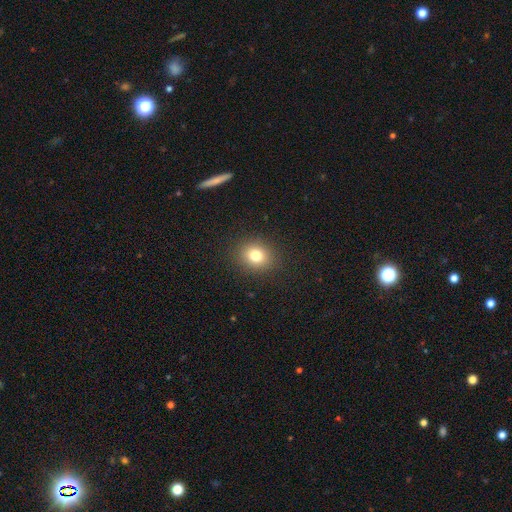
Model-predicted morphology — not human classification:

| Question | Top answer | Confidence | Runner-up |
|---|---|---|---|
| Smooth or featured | smooth | 79% | star or artifact (13%) |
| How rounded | round | 69% | in between (30%) |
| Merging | none | 89% | minor disturbance (7%) |